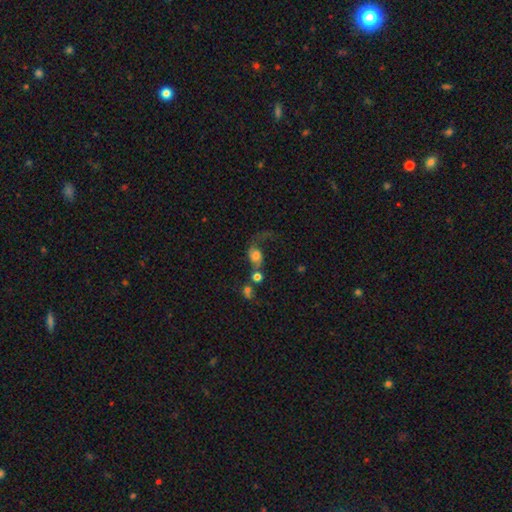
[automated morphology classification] Smooth or featured: smooth — 52% (featured or disk — 35%)
How rounded: round — 51% (in between — 46%)
Merging: merger — 37% (major disturbance — 33%)